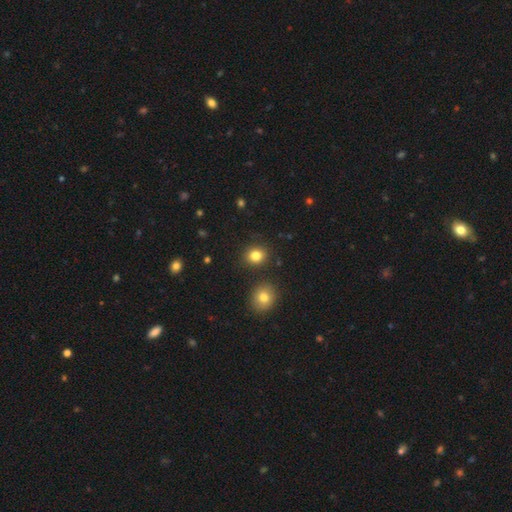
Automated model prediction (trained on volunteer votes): Morphology: type=smooth (83%); roundness=round (76%); merging=none (87%).